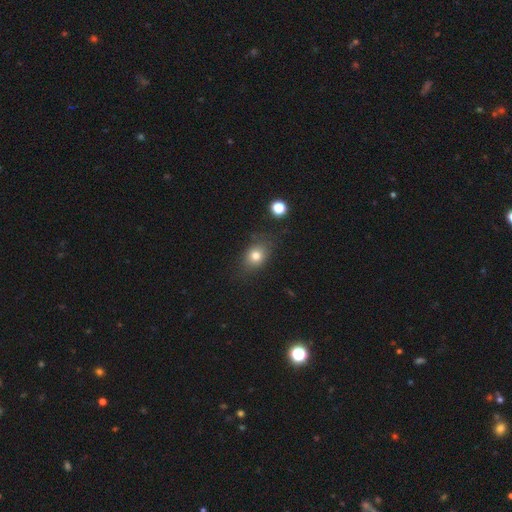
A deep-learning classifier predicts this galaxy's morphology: A smooth galaxy with no disk features (78%) that is in between round and cigar-shaped (56%).

Vote fractions:
- Smooth or featured? smooth: 78% / star or artifact: 12% / featured or disk: 10%
- How rounded? in between: 56% / round: 43% / cigar-shaped: 1%
- Merging? none: 75% / minor disturbance: 17% / major disturbance: 5% / merger: 3%